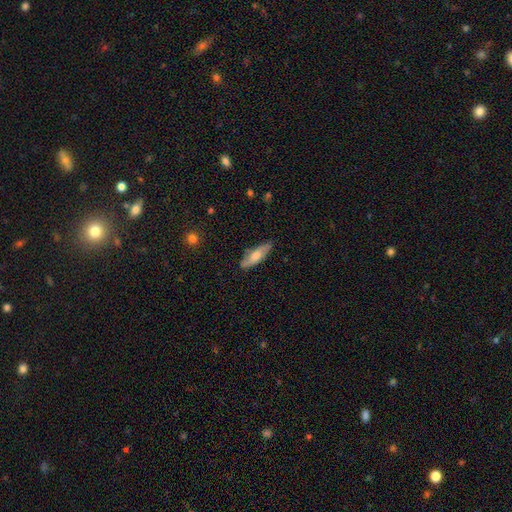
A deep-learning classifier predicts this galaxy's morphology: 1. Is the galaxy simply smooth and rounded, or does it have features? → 63% smooth, 31% featured or disk, 6% star or artifact.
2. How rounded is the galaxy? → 52% in between, 46% cigar-shaped, 2% round.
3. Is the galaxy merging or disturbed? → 80% none, 16% minor disturbance, 3% major disturbance, 1% merger.